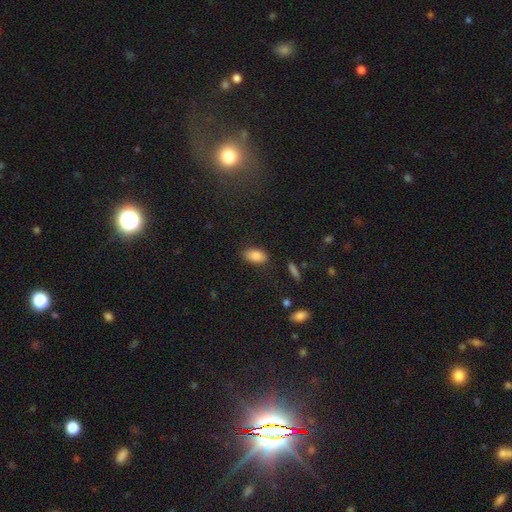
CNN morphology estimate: Smooth or featured: smooth — 86% (star or artifact — 8%)
How rounded: in between — 92% (round — 4%)
Merging: none — 85% (minor disturbance — 10%)